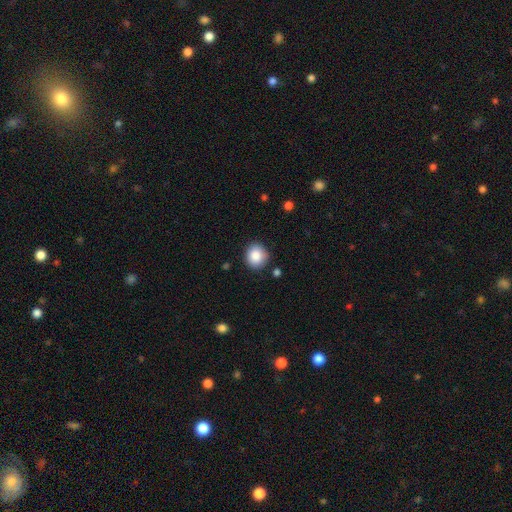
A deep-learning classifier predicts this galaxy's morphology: smooth 87%, star or artifact 8%, featured or disk 5%. Down the decision tree: how rounded — round (80%); merging — none (86%).